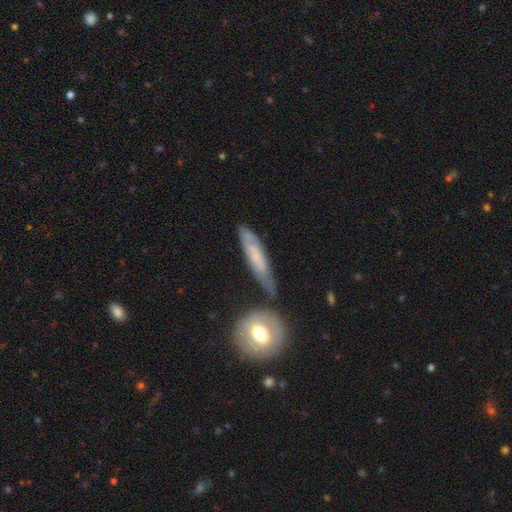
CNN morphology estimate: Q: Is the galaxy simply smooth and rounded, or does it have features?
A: featured or disk — 47%.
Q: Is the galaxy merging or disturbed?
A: none — 68%.